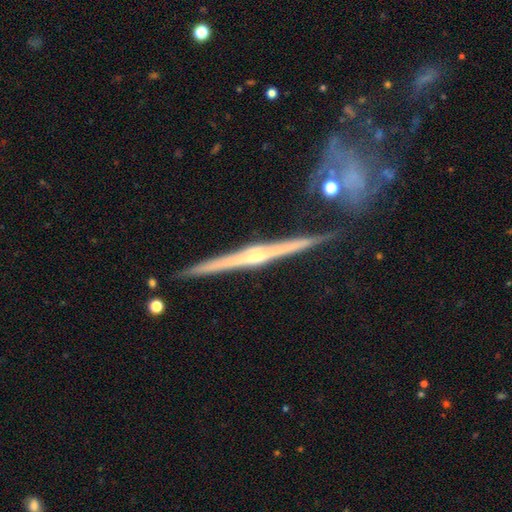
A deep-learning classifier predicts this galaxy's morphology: Overall: featured or disk (84%). Edge-on disk: yes (98%). Edge-on bulge: rounded (78%). Merging: none (88%).